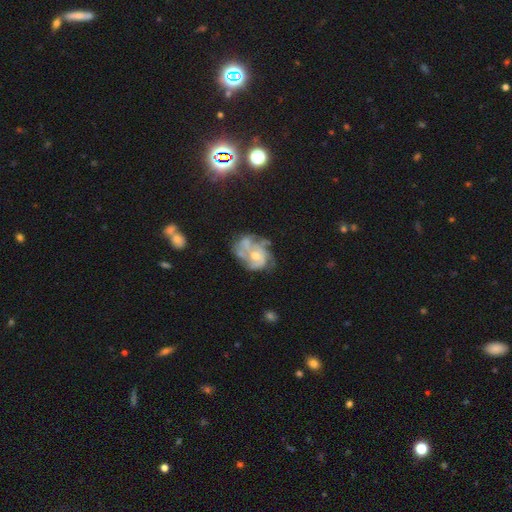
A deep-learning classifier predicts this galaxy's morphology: This is likely a featured or disk galaxy (77%). It is clearly not viewed edge-on (98%). Bar: likely no (79%). Spiral arm pattern: likely yes (75%). Spiral arm count: marginally can't tell (36%). Spiral winding: marginally tight (42%). Central bulge: possibly moderate (60%). Merging: possibly none (46%).